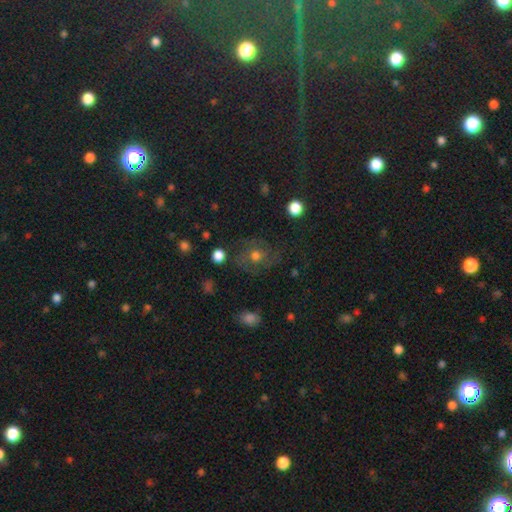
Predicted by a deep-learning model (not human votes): A featured or disk galaxy (47%).

Vote fractions:
- Smooth or featured? featured or disk: 47% / smooth: 37% / star or artifact: 16%
- Merging? none: 69% / minor disturbance: 17% / major disturbance: 12% / merger: 2%